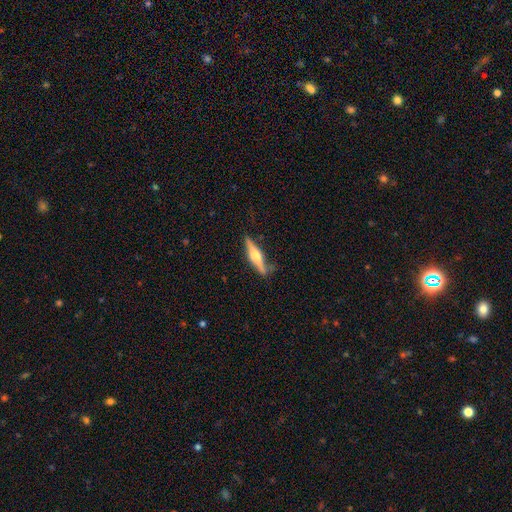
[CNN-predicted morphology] A featured or disk galaxy (66%) viewed edge-on (96%) with a rounded central bulge (87%).

Vote fractions:
- Smooth or featured? featured or disk: 66% / smooth: 29% / star or artifact: 5%
- Edge-on disk? yes: 96% / no: 4%
- Edge-on bulge? rounded: 87% / boxy: 9% / none: 4%
- Merging? none: 78% / minor disturbance: 16% / major disturbance: 4% / merger: 2%